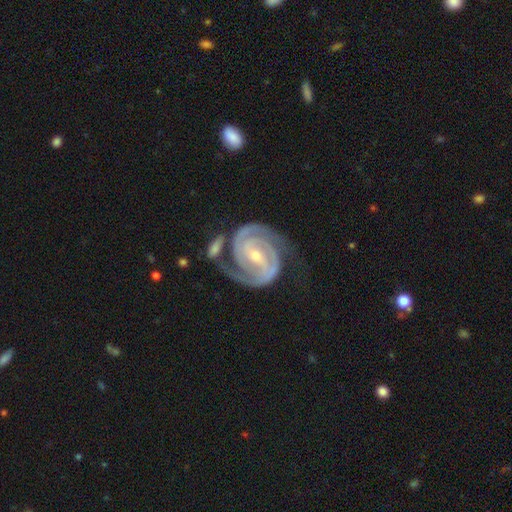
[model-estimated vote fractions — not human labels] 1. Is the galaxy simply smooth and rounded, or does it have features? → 93% featured or disk, 4% star or artifact, 3% smooth.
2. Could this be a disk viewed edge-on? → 98% no, 2% yes.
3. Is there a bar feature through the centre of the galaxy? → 41% weak, 35% strong, 24% no.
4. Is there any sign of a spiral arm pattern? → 99% yes, 1% no.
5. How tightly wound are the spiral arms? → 67% tight, 28% medium, 4% loose.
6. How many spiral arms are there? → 81% 2, 9% 3, 4% can't tell, 2% 4, 2% 1, 2% more than 4.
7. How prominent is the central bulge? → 57% small, 39% moderate, 2% large, 1% none, 1% dominant.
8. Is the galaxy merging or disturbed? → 64% none, 18% minor disturbance, 9% merger, 9% major disturbance.